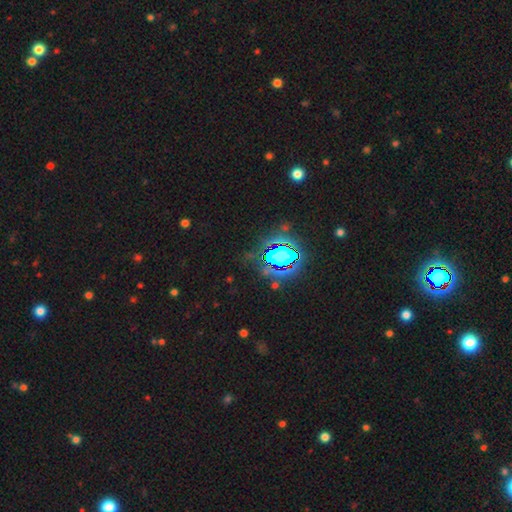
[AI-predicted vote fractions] A star or artifact, not a galaxy (83%).

Vote fractions:
- Smooth or featured? star or artifact: 83% / smooth: 10% / featured or disk: 7%